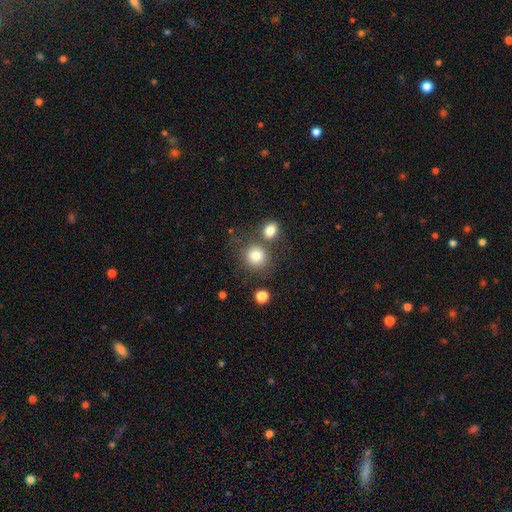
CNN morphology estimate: Q: Smooth or featured?
A: smooth (82%); runner-up: star or artifact (10%)
Q: How rounded?
A: round (87%); runner-up: in between (12%)
Q: Merging?
A: none (65%); runner-up: merger (20%)